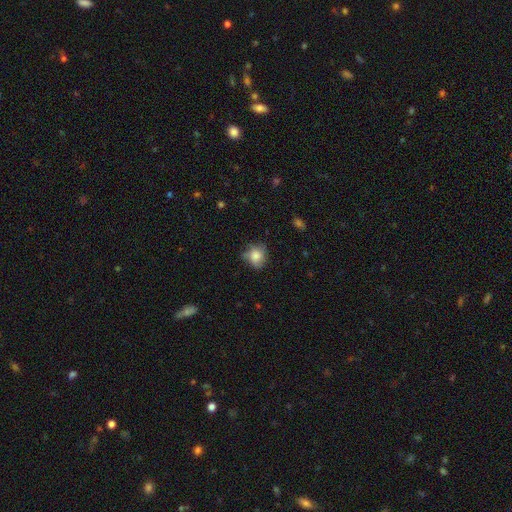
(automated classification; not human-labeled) smooth 75%, featured or disk 16%, star or artifact 9%. Down the decision tree: how rounded — round (68%); merging — none (58%).